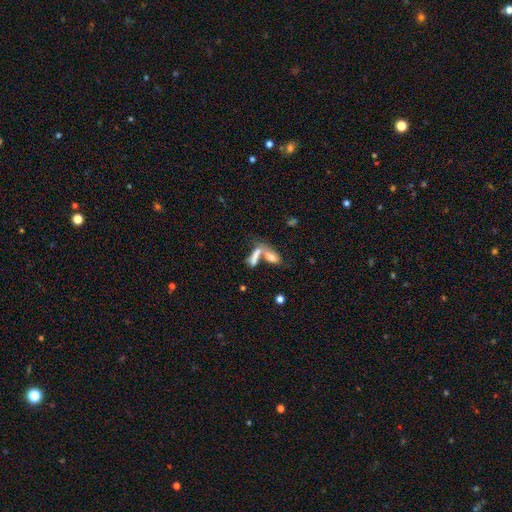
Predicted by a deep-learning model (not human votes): This is likely a smooth galaxy (72%). How rounded: possibly in between (58%). Merging: likely merger (61%).